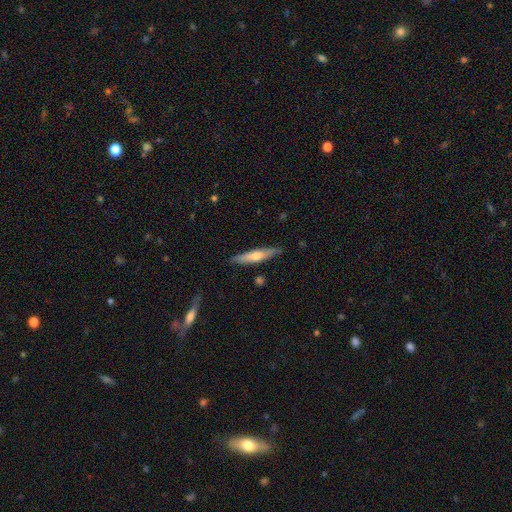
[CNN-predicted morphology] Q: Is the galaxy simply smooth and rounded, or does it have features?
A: featured or disk — 50%.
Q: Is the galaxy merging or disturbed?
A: none — 87%.